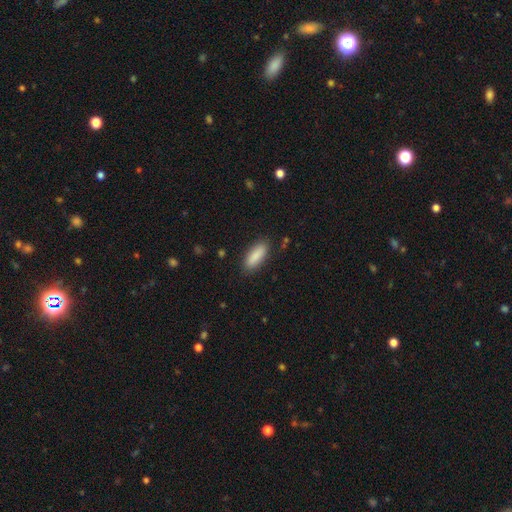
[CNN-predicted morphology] smooth_or_featured: smooth (p=0.89) [alt: star or artifact p=0.06]
how_rounded: in between (p=0.66) [alt: cigar-shaped p=0.32]
merging: none (p=0.86) [alt: minor disturbance p=0.10]